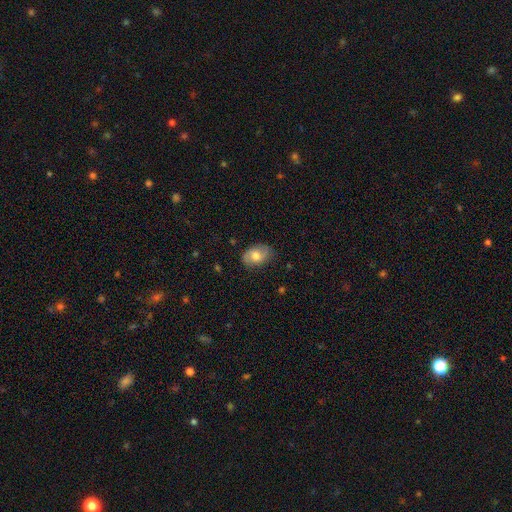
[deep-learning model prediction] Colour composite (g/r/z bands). It shows a smooth galaxy with no disk features (66%) that is in between round and cigar-shaped (84%). Merging: none (78%).